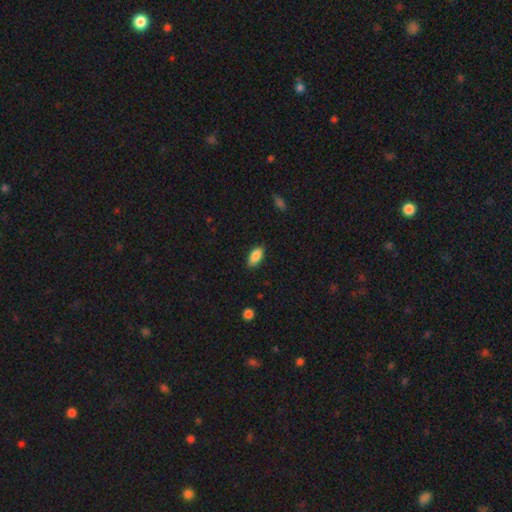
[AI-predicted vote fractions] The model was most divided on "merging": none: 85%, minor disturbance: 12%, major disturbance: 2%, merger: 1%. More confident: how rounded — in between (90%); smooth or featured — smooth (86%).